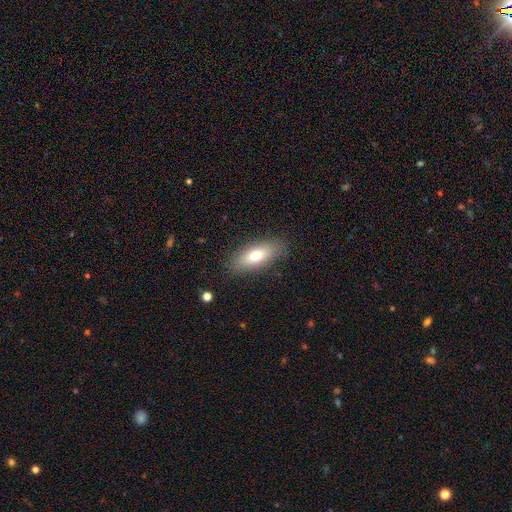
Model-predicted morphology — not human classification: Smooth or featured? Predicted: smooth (p=0.72). How rounded? Predicted: in between (p=0.77). Merging? Predicted: none (p=0.85).